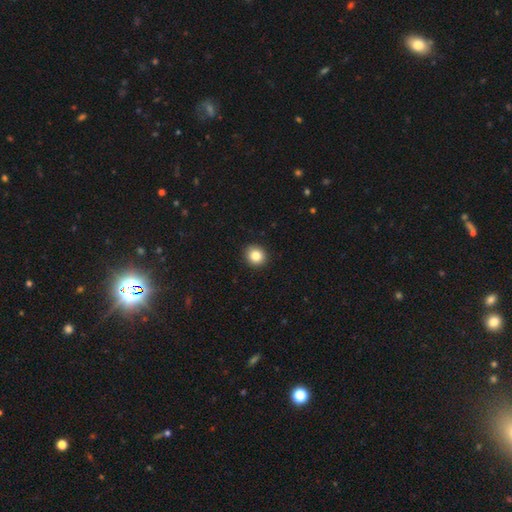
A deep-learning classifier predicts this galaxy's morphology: Smooth or featured: smooth — 84% (star or artifact — 10%)
How rounded: round — 84% (in between — 15%)
Merging: none — 92% (minor disturbance — 5%)